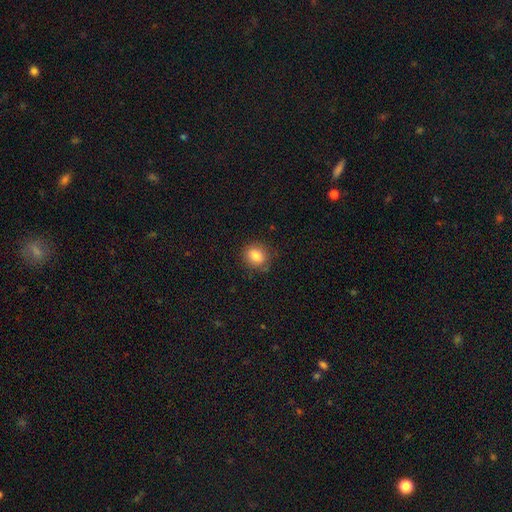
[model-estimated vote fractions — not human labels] smooth 83%, star or artifact 10%, featured or disk 7%. Down the decision tree: how rounded — round (63%); merging — none (84%).